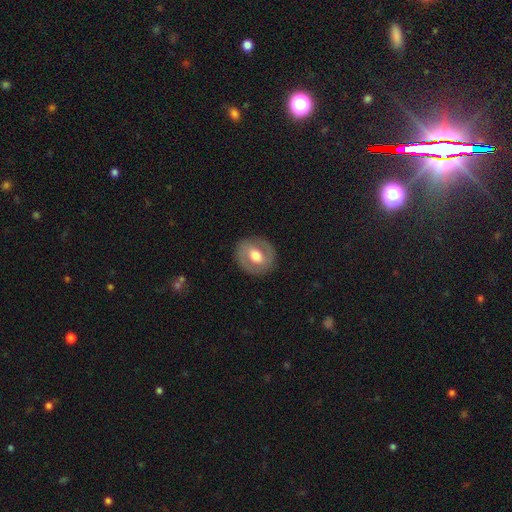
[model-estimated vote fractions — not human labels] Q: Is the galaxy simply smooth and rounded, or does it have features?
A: featured or disk — 49%.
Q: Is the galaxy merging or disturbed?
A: none — 86%.